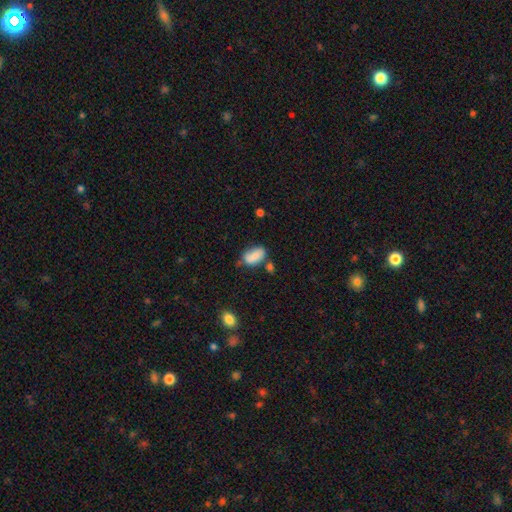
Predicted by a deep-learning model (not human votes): A smooth galaxy with no disk features (76%) that is in between round and cigar-shaped (91%). Merging: none (46%).